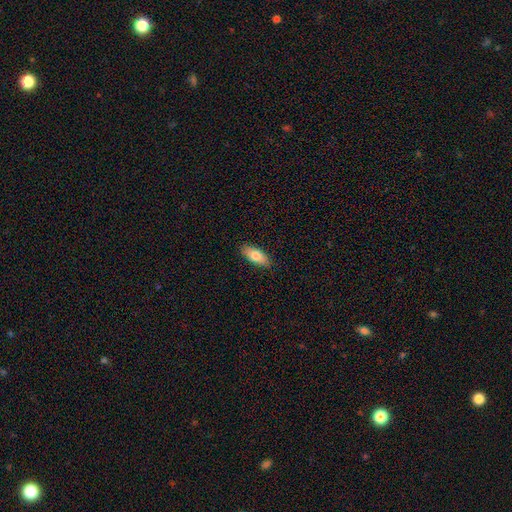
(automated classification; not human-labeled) Q: Smooth or featured?
A: smooth (79%); runner-up: featured or disk (15%)
Q: How rounded?
A: in between (83%); runner-up: cigar-shaped (14%)
Q: Merging?
A: none (88%); runner-up: minor disturbance (9%)